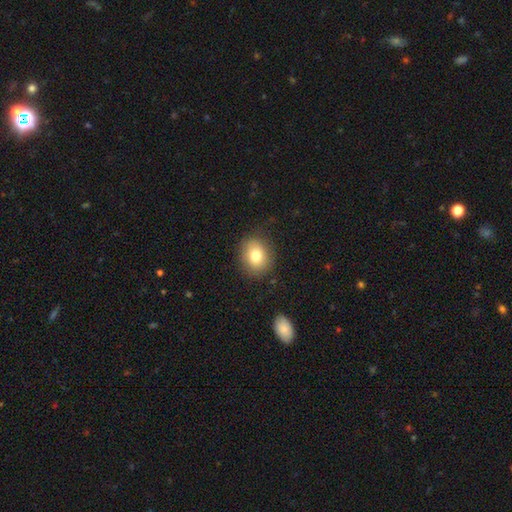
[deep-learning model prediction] A smooth galaxy with no disk features (79%) that is round (60%). Merging: none (85%).